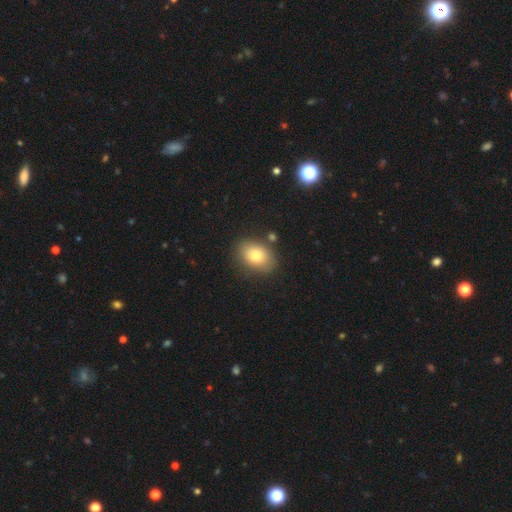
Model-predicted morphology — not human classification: type=smooth (79%); roundness=in between (75%); merging=none (79%).